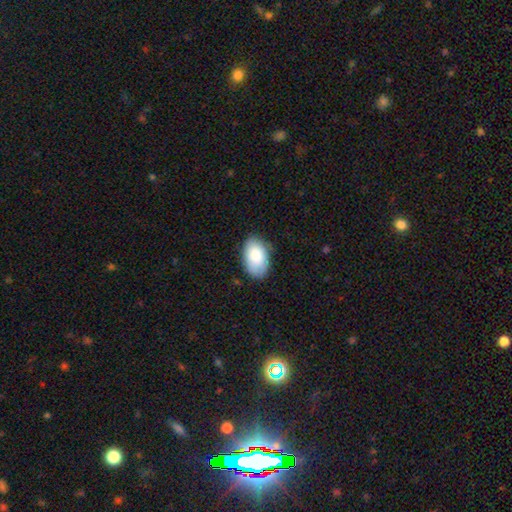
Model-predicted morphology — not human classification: Overall: smooth (83%). How rounded: in between (93%). Merging: none (80%).